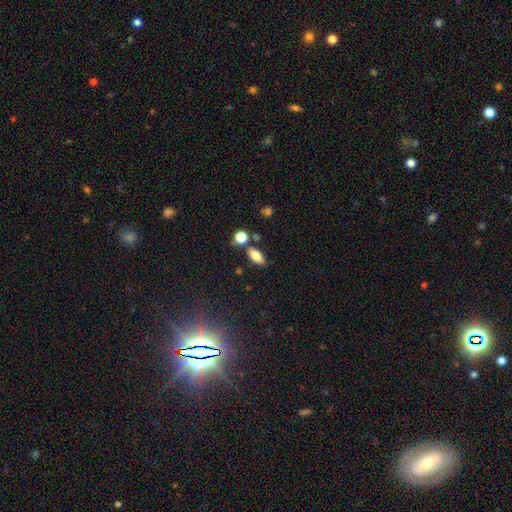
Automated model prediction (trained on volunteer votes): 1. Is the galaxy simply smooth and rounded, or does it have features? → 80% smooth, 11% featured or disk, 9% star or artifact.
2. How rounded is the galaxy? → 85% in between, 9% cigar-shaped, 6% round.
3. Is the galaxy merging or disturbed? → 74% none, 12% minor disturbance, 10% merger, 3% major disturbance.